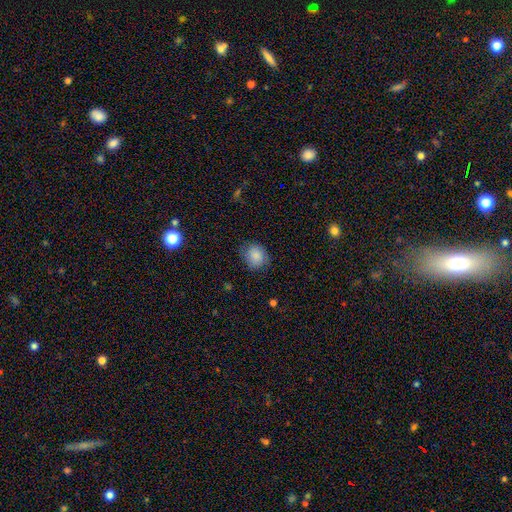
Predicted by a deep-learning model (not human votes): This is clearly a smooth galaxy (83%). How rounded: likely round (68%). Merging: likely none (71%).